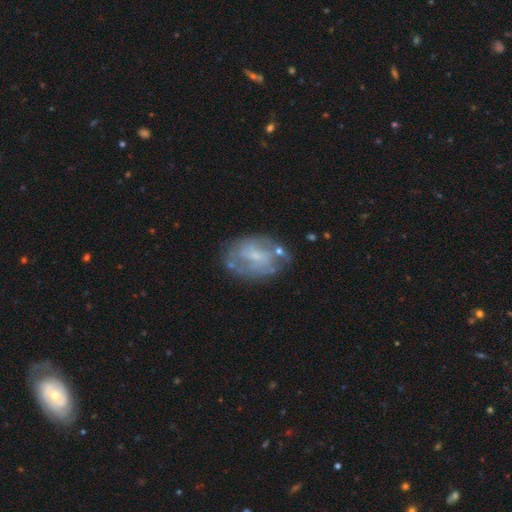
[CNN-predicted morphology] This appears to be a featured or disk galaxy (65%) with no bar (45%), spiral arms (62%) and a small central bulge (59%). Merging: none (61%).